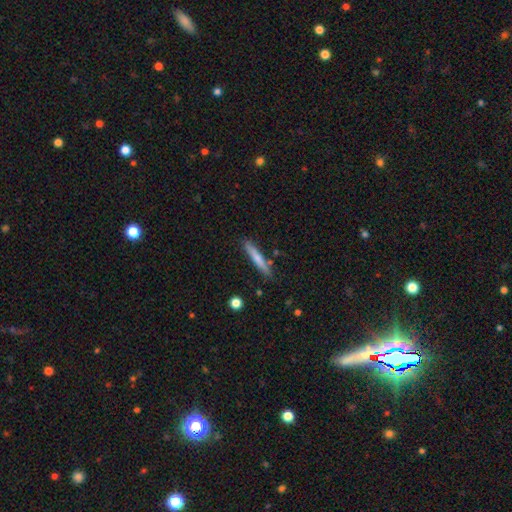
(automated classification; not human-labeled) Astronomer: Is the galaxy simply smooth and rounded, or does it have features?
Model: smooth — 60%.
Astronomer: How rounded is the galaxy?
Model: cigar-shaped — 94%.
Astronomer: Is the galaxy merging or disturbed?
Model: none — 84%.